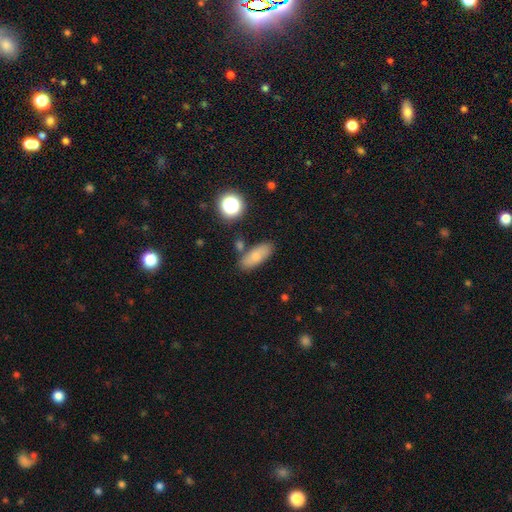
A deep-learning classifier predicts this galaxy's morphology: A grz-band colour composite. It shows a smooth galaxy with no disk features (74%) that is in between round and cigar-shaped (75%). Merging: none (73%).